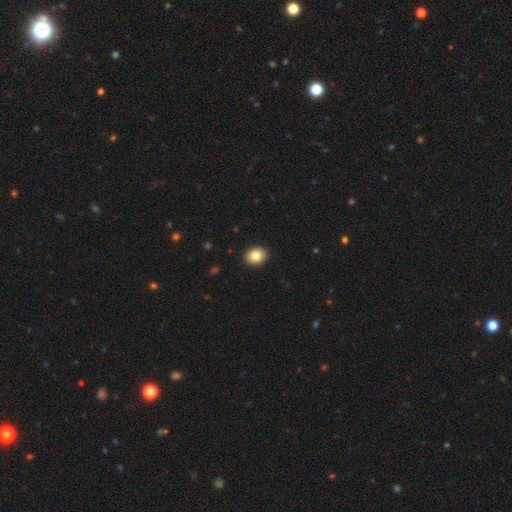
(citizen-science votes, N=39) This appears to be a smooth galaxy with no disk features (74%) that is round (55%). Merging: none (97%).